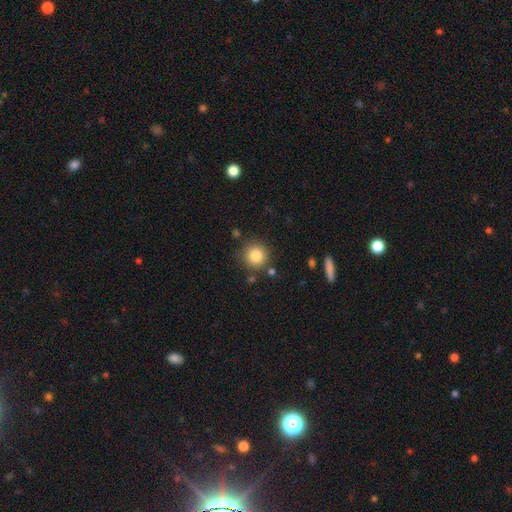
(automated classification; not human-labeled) Smooth or featured? Predicted: smooth (p=0.84). How rounded? Predicted: round (p=0.93). Merging? Predicted: none (p=0.84).